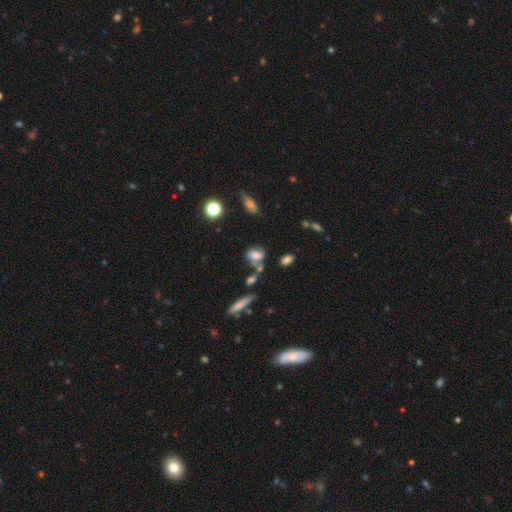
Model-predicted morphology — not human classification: Smooth or featured? smooth (67%)
How rounded? in between (72%)
Merging? none (48%)